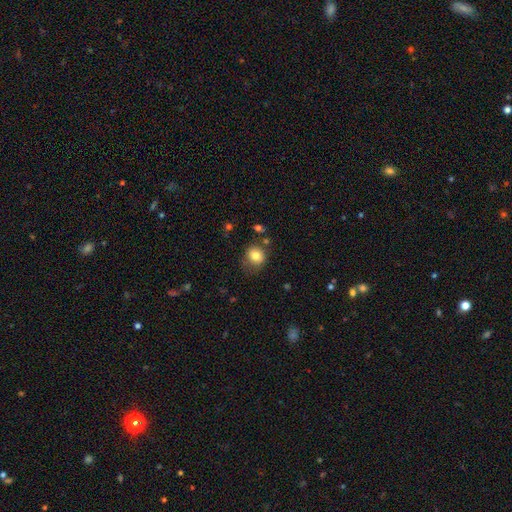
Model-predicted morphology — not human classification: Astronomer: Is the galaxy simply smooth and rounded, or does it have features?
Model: smooth — 80%.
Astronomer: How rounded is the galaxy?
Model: round — 80%.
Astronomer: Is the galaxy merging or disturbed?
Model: none — 70%.